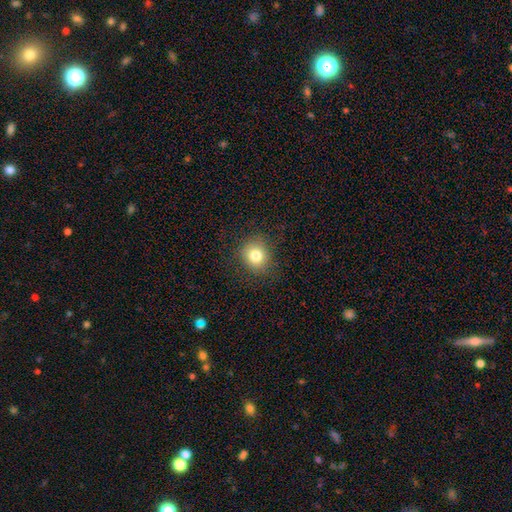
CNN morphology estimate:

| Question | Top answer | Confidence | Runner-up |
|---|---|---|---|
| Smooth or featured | smooth | 80% | star or artifact (11%) |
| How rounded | round | 80% | in between (19%) |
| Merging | none | 86% | minor disturbance (9%) |